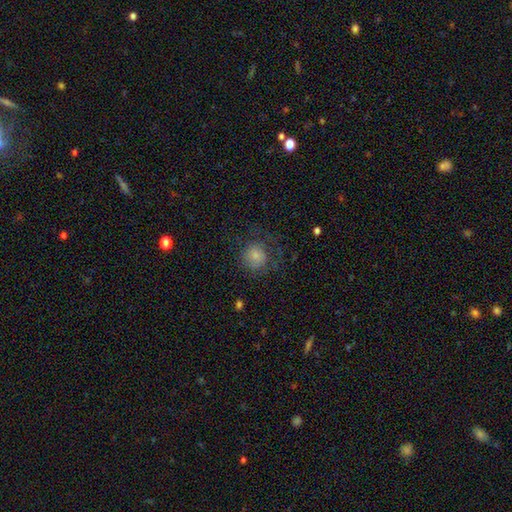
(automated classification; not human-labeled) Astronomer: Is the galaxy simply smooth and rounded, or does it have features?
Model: smooth — 75%.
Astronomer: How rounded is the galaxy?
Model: round — 89%.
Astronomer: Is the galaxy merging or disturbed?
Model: none — 62%.